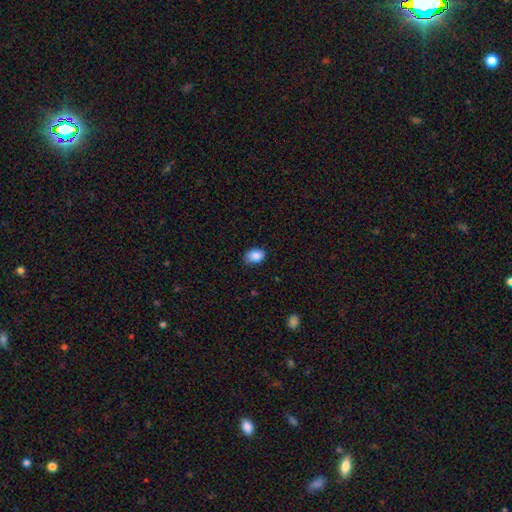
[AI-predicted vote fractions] Smooth or featured: smooth — 88% (star or artifact — 8%)
How rounded: in between — 79% (round — 20%)
Merging: none — 77% (minor disturbance — 19%)